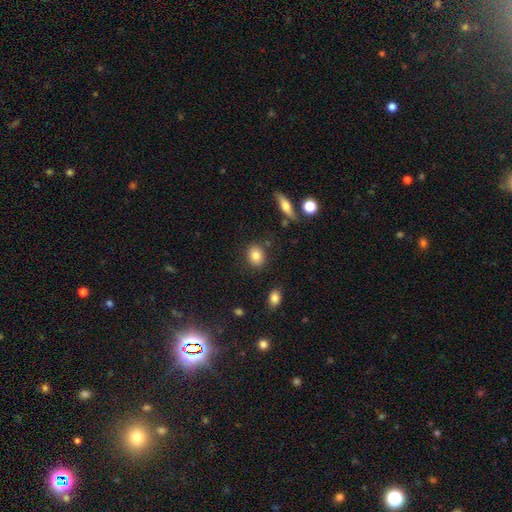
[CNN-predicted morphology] A smooth galaxy with no disk features (83%) that is round (58%). Merging: none (85%).